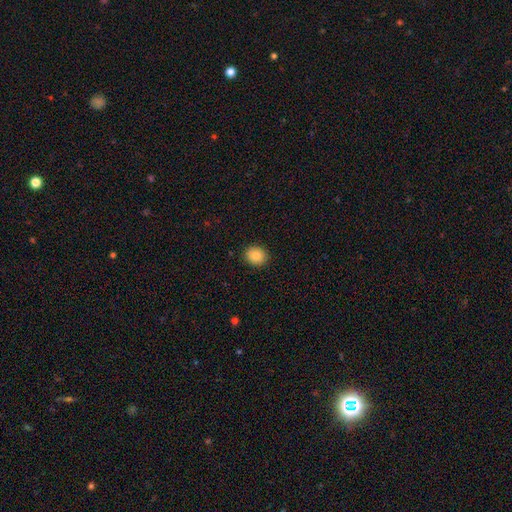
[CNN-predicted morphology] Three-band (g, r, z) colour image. It shows a smooth galaxy with no disk features (83%) that is round (75%). Merging: none (90%).